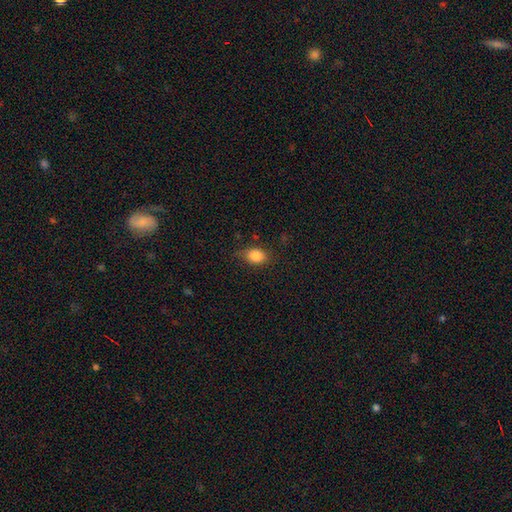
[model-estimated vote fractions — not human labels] Smooth or featured? smooth (85%)
How rounded? in between (67%)
Merging? none (71%)